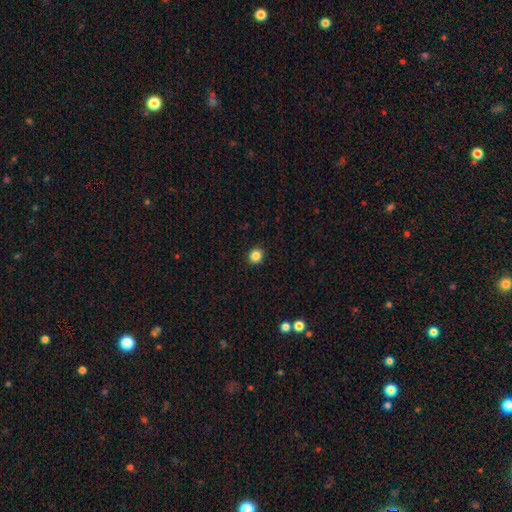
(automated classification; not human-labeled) Q: Smooth or featured?
A: smooth (85%); runner-up: star or artifact (11%)
Q: How rounded?
A: round (84%); runner-up: in between (15%)
Q: Merging?
A: none (92%); runner-up: minor disturbance (5%)